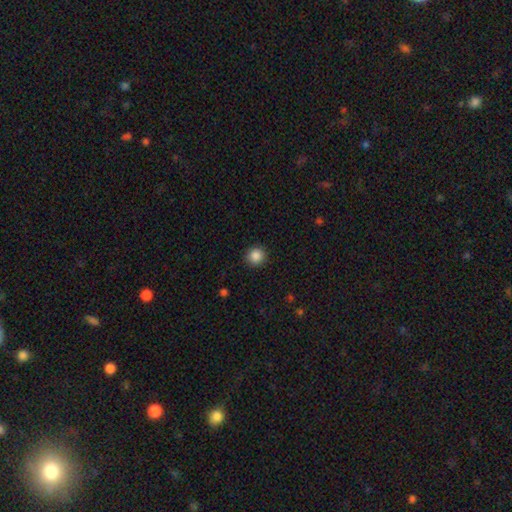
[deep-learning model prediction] Smooth or featured?
  - smooth: 87% *
  - star or artifact: 10%
  - featured or disk: 3%
How rounded?
  - round: 91% *
  - in between: 8%
  - cigar-shaped: 1%
Merging?
  - none: 91% *
  - minor disturbance: 6%
  - major disturbance: 2%
  - merger: 1%